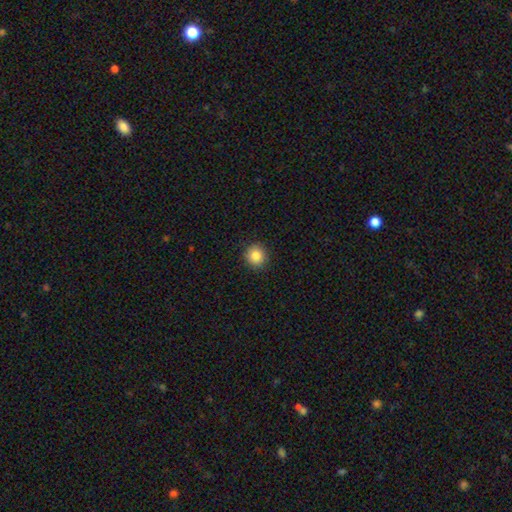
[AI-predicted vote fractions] Q: Smooth or featured?
A: smooth (84%); runner-up: star or artifact (10%)
Q: How rounded?
A: round (92%); runner-up: in between (7%)
Q: Merging?
A: none (91%); runner-up: minor disturbance (6%)